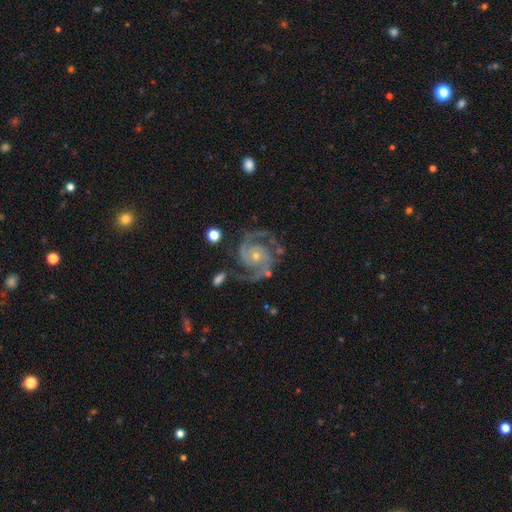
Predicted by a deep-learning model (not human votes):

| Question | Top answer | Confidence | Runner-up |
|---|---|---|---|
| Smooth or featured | featured or disk | 92% | star or artifact (5%) |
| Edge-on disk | no | 98% | yes (2%) |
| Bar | no | 69% | weak (22%) |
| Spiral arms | yes | 98% | no (2%) |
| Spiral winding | medium | 52% | tight (41%) |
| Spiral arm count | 2 | 89% | 3 (5%) |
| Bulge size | small | 68% | moderate (27%) |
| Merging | none | 77% | minor disturbance (14%) |